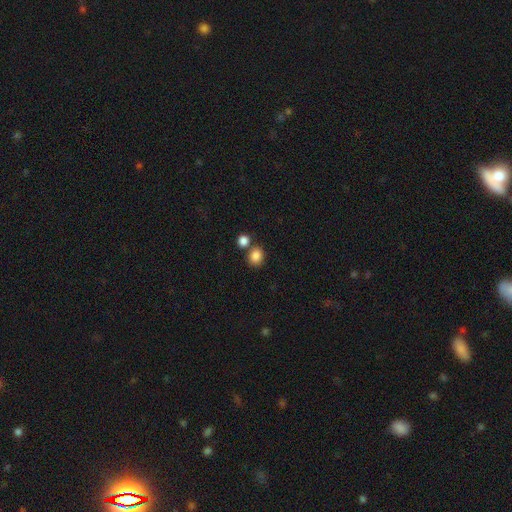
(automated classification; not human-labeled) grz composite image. It shows a smooth galaxy with no disk features (85%) that is round (64%). Merging: none (66%).